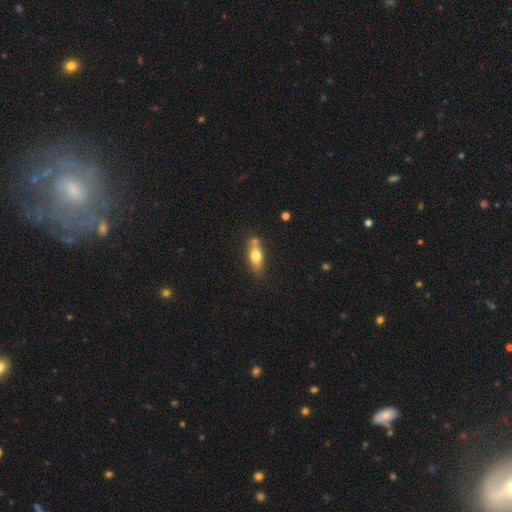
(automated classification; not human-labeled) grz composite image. It shows a smooth galaxy with no disk features (67%) that is in between round and cigar-shaped (70%). Merging: none (66%).